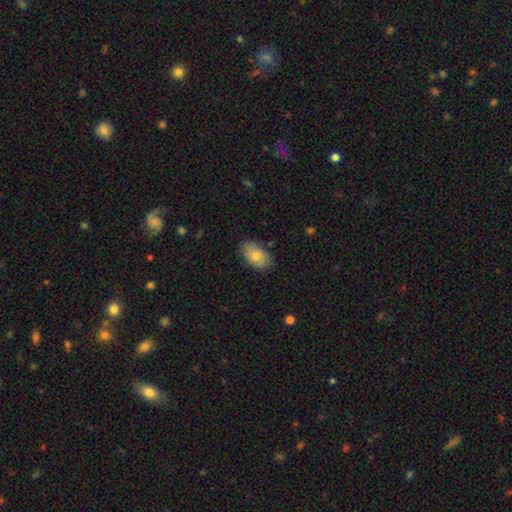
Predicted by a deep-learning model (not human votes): smooth_or_featured: smooth (p=0.78) [alt: featured or disk p=0.15]
how_rounded: in between (p=0.92) [alt: round p=0.06]
merging: none (p=0.82) [alt: minor disturbance p=0.14]